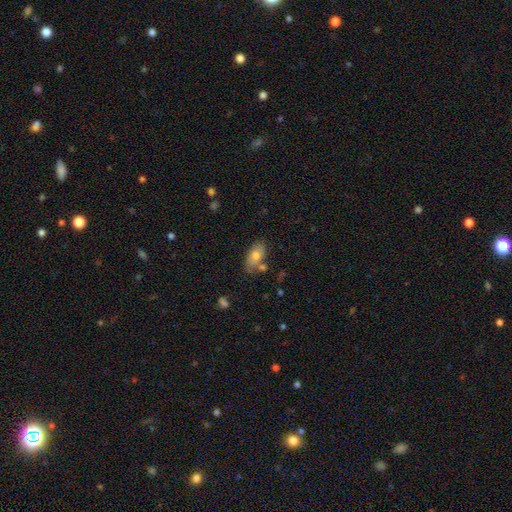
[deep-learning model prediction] A smooth galaxy with no disk features (72%) that is in between round and cigar-shaped (90%). Merging: none (65%).